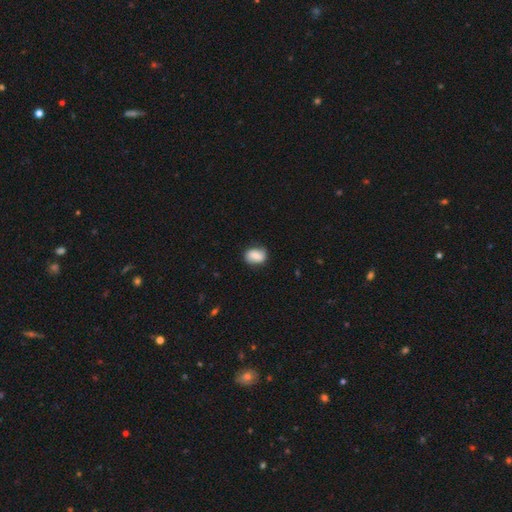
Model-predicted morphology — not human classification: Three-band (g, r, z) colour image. It shows a smooth galaxy with no disk features (76%) that is in between round and cigar-shaped (70%). Merging: none (77%).